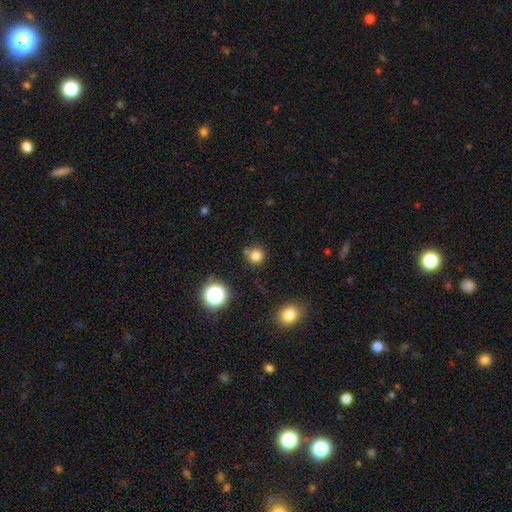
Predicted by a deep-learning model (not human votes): smooth-or-featured: smooth: 79% | star or artifact: 16% | featured or disk: 5%
  how-rounded: round: 92% | in between: 7% | cigar-shaped: 1%
  merging: none: 76% | merger: 11% | minor disturbance: 10% | major disturbance: 3%